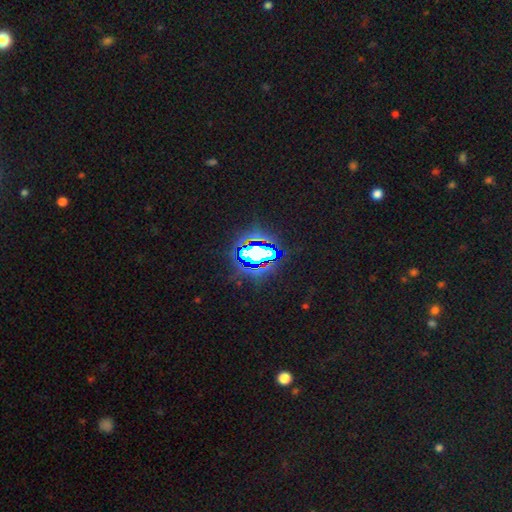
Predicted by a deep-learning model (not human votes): A star or artifact, not a galaxy (70%).